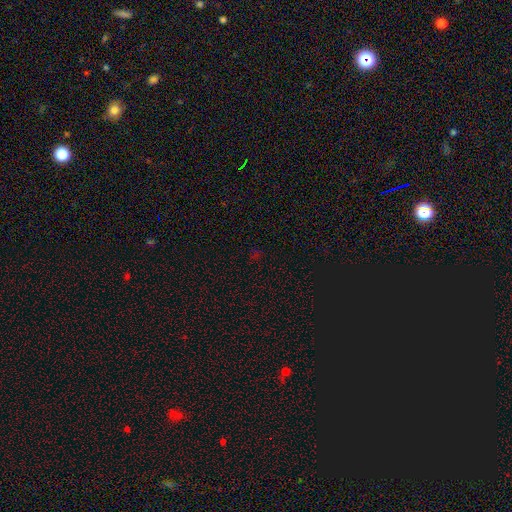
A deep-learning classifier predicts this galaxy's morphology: star or artifact 66%, smooth 27%, featured or disk 7%.